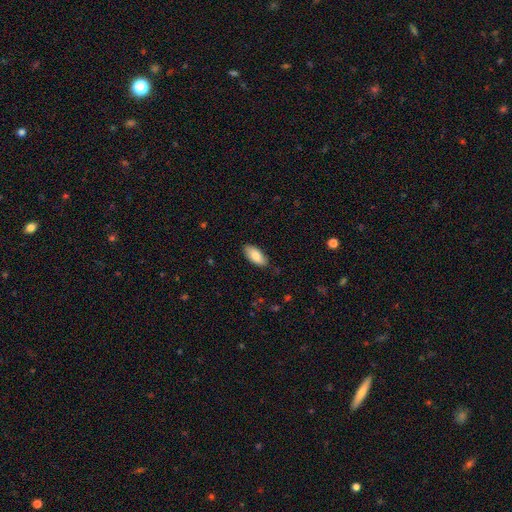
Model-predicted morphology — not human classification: smooth_or_featured: smooth (p=0.82) [alt: featured or disk p=0.12]
how_rounded: in between (p=0.91) [alt: cigar-shaped p=0.07]
merging: none (p=0.84) [alt: minor disturbance p=0.12]